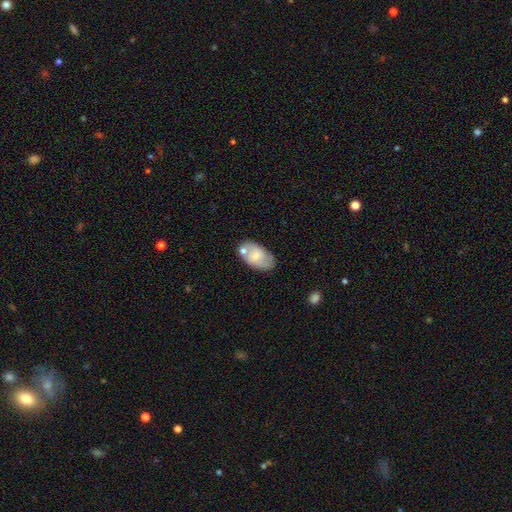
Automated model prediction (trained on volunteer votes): Smooth or featured? Predicted: smooth (p=0.59). How rounded? Predicted: in between (p=0.92). Merging? Predicted: none (p=0.58).